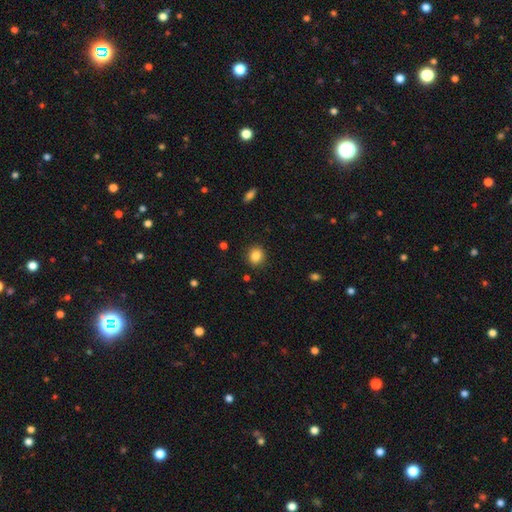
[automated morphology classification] smooth 85%, star or artifact 10%, featured or disk 5%. Down the decision tree: how rounded — round (74%); merging — none (89%).